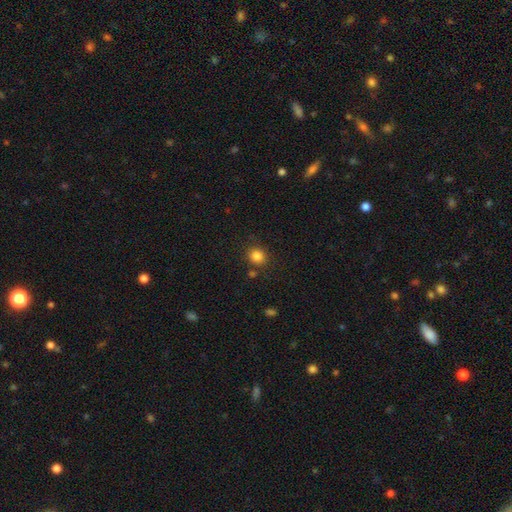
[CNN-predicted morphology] This appears to be a smooth galaxy with no disk features (84%) that is round (83%). Merging: none (83%).